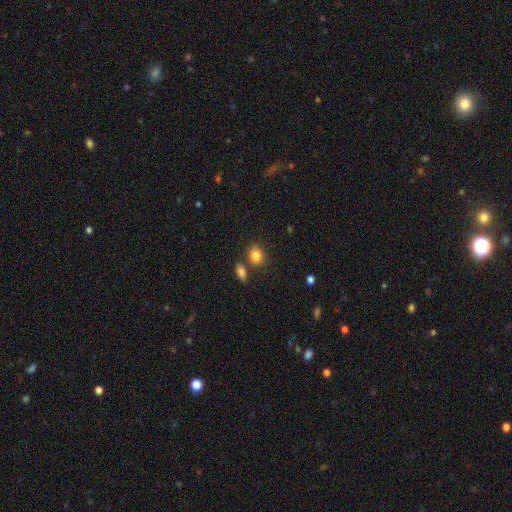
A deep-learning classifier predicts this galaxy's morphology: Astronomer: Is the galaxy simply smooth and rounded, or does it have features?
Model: smooth — 84%.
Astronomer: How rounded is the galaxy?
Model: in between — 54% (runner-up: round, 45%).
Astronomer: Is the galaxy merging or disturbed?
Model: none — 68%.